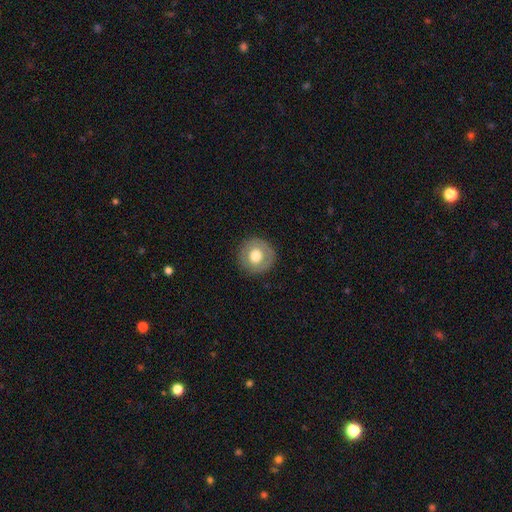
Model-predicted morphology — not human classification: A smooth galaxy with no disk features (66%) that is round (95%).

Vote fractions:
- Smooth or featured? smooth: 66% / featured or disk: 27% / star or artifact: 8%
- How rounded? round: 95% / in between: 4% / cigar-shaped: 1%
- Merging? none: 89% / minor disturbance: 8% / major disturbance: 3% / merger: 1%